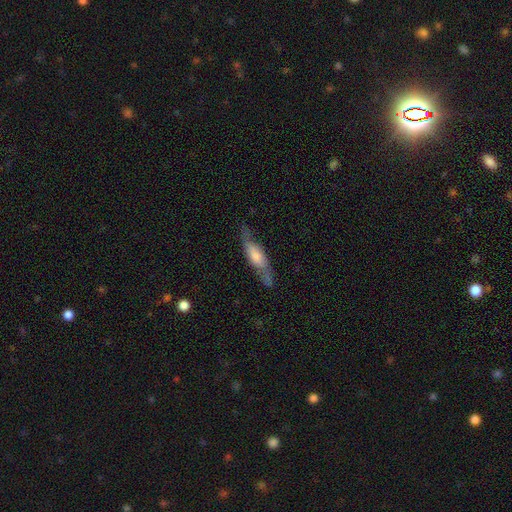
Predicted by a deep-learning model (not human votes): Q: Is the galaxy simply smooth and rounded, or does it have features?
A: featured or disk — 55%.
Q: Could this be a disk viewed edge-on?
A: yes — 61%.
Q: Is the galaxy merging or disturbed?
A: none — 71%.